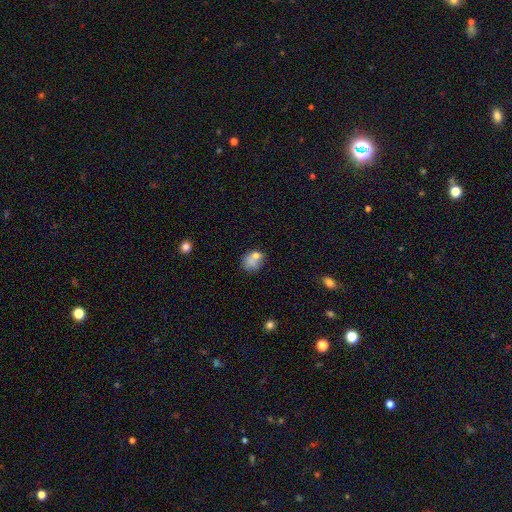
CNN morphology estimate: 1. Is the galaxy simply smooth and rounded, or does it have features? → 74% smooth, 15% featured or disk, 11% star or artifact.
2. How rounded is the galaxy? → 56% round, 43% in between, 1% cigar-shaped.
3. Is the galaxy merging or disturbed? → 52% none, 24% merger, 18% minor disturbance, 7% major disturbance.